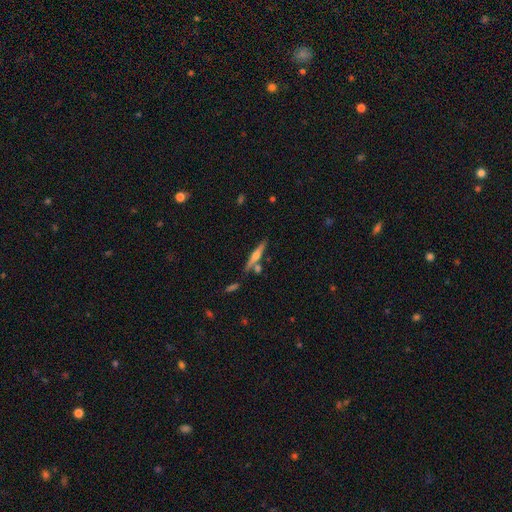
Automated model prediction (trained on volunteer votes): The model was most divided on "smooth or featured": featured or disk: 56%, smooth: 37%, star or artifact: 7%. More confident: edge-on disk — yes (95%); edge-on bulge — rounded (80%); merging — none (74%).